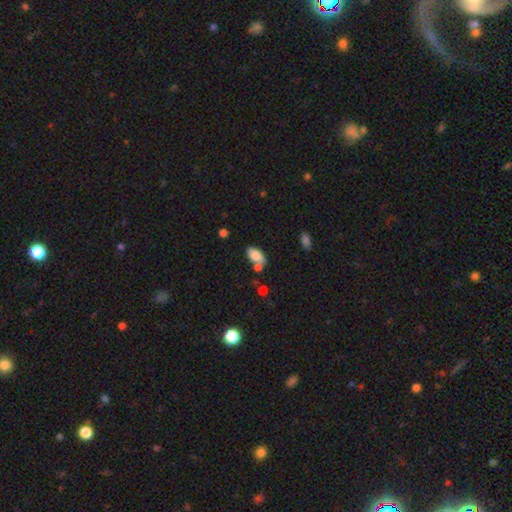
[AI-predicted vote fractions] A smooth galaxy with no disk features (82%) that is in between round and cigar-shaped (93%). Merging: none (55%).